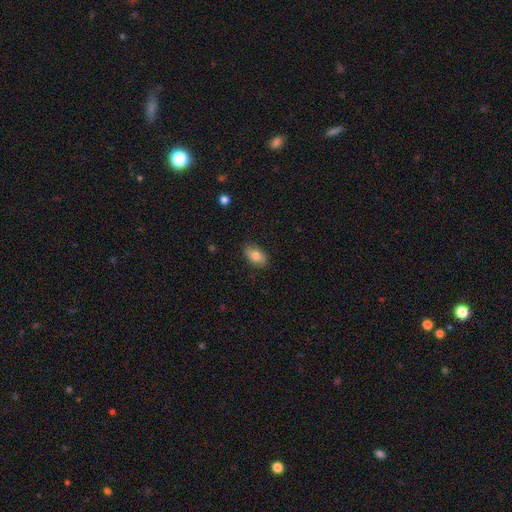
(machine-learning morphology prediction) smooth-or-featured: smooth: 79% | featured or disk: 13% | star or artifact: 7%
  how-rounded: in between: 90% | round: 9% | cigar-shaped: 2%
  merging: none: 84% | minor disturbance: 13% | major disturbance: 2% | merger: 1%